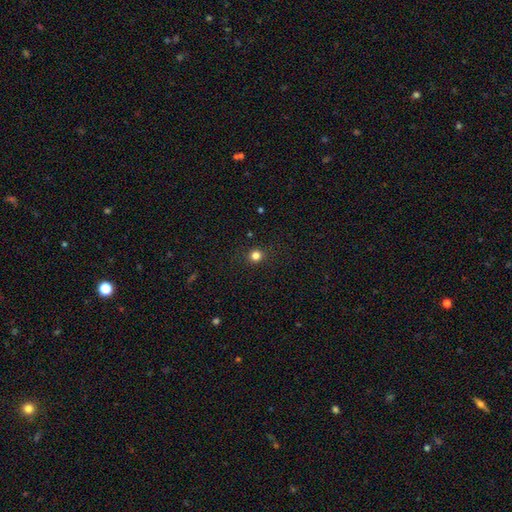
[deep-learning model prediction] A smooth galaxy with no disk features (81%) that is round (92%). Merging: none (90%).